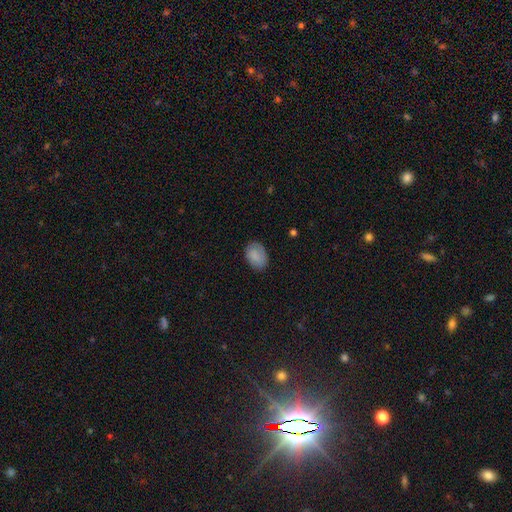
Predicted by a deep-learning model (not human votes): Overall: smooth (84%). How rounded: in between (81%). Merging: none (78%).